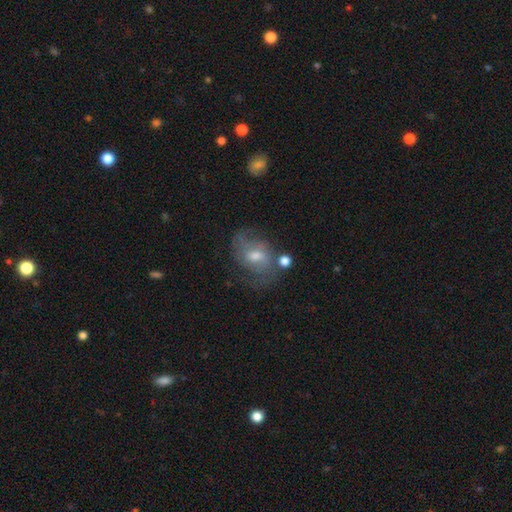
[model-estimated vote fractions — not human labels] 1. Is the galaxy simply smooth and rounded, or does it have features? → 62% featured or disk, 26% smooth, 12% star or artifact.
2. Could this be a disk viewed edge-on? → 96% no, 4% yes.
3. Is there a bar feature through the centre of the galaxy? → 47% weak, 44% no, 9% strong.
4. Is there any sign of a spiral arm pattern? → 81% yes, 19% no.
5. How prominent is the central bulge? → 60% moderate, 29% small, 6% large, 3% none, 1% dominant.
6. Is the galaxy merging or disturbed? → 60% none, 22% minor disturbance, 13% major disturbance, 5% merger.